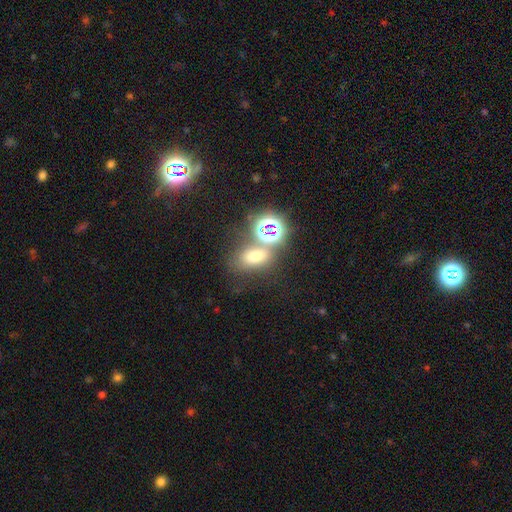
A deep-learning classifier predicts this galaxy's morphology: This appears to be a smooth galaxy with no disk features (57%) that is in between round and cigar-shaped (64%). Merging: none (55%).